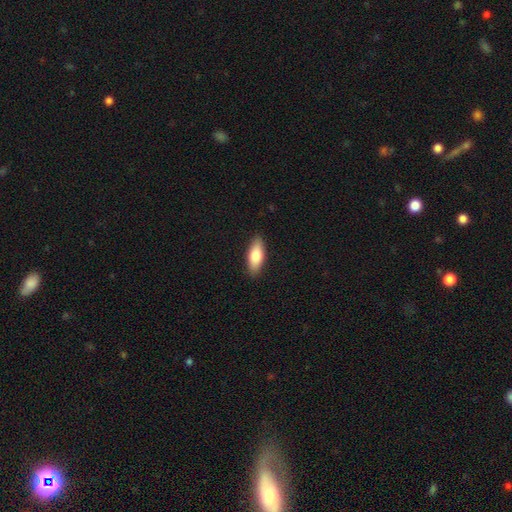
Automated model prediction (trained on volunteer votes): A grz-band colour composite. It shows a smooth galaxy with no disk features (77%) that is in between round and cigar-shaped (74%). Merging: none (89%).